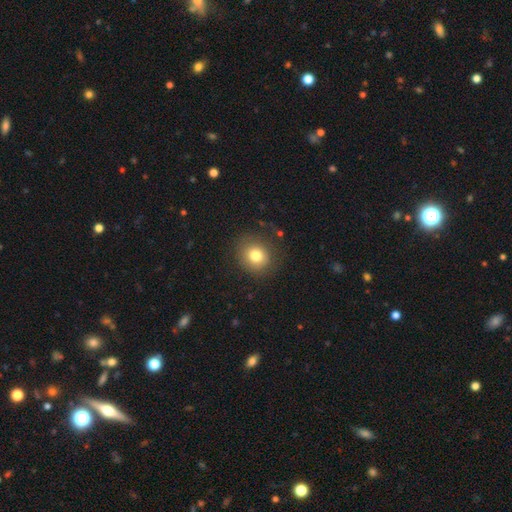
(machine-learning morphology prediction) smooth 78%, featured or disk 11%, star or artifact 11%. Down the decision tree: how rounded — round (83%); merging — none (82%).